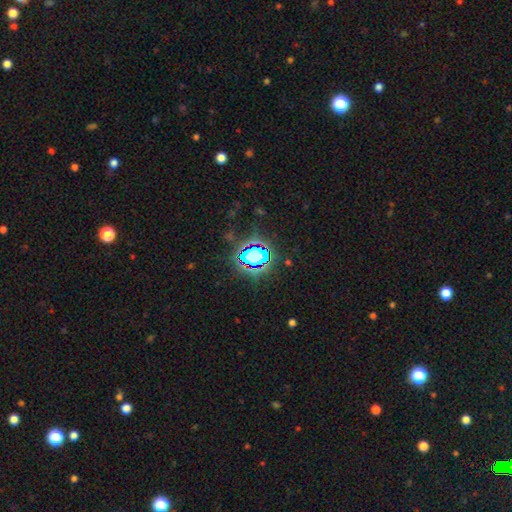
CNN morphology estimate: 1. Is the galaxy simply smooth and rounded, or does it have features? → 65% star or artifact, 23% smooth, 12% featured or disk.